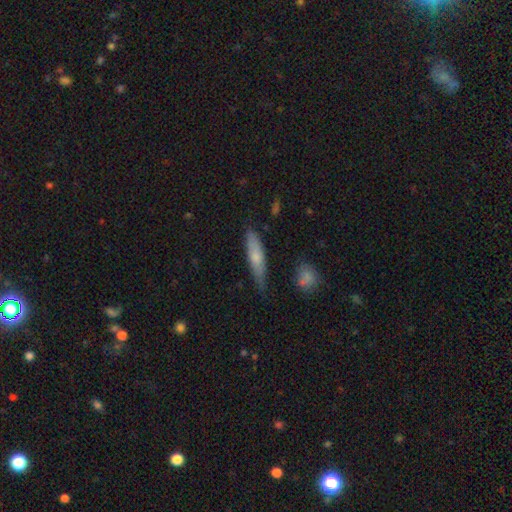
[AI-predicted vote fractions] A smooth galaxy with no disk features (66%) that is cigar-shaped (72%).

Vote fractions:
- Smooth or featured? smooth: 66% / featured or disk: 28% / star or artifact: 6%
- How rounded? cigar-shaped: 72% / in between: 26% / round: 2%
- Merging? none: 68% / minor disturbance: 24% / major disturbance: 5% / merger: 3%